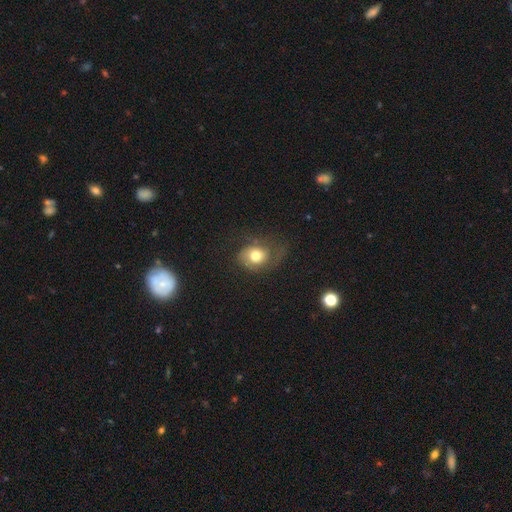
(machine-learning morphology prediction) Overall: smooth (62%; featured or disk 28%). How rounded: round (54%; in between 45%). Merging: none (42%; major disturbance 30%).